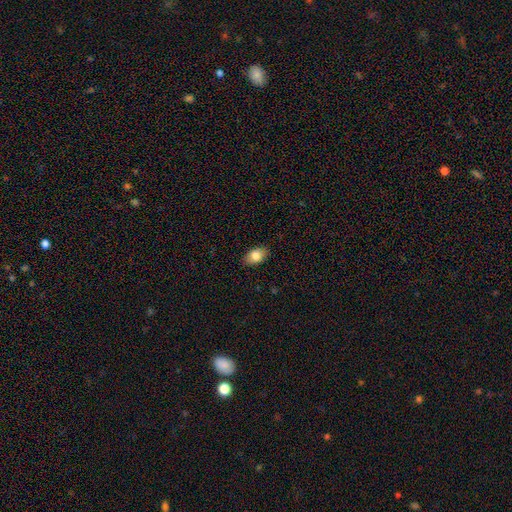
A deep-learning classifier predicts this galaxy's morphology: type=smooth (82%); roundness=in between (86%); merging=none (87%).